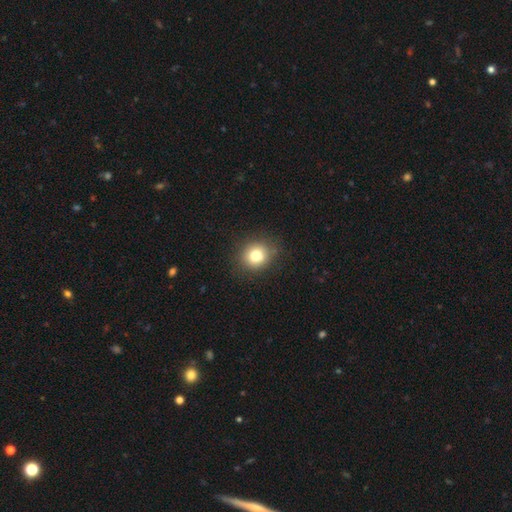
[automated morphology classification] Smooth or featured?
  - smooth: 78% *
  - star or artifact: 12%
  - featured or disk: 10%
How rounded?
  - round: 80% *
  - in between: 19%
  - cigar-shaped: 1%
Merging?
  - none: 85% *
  - minor disturbance: 11%
  - major disturbance: 3%
  - merger: 1%